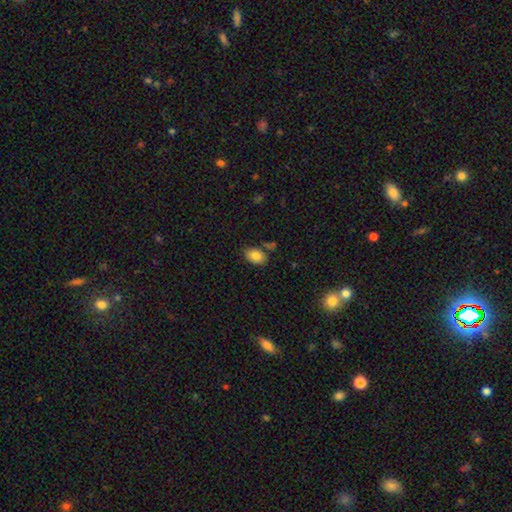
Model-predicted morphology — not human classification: The model was most divided on "merging": none: 72%, minor disturbance: 17%, merger: 8%, major disturbance: 4%. More confident: how rounded — in between (84%); smooth or featured — smooth (82%).